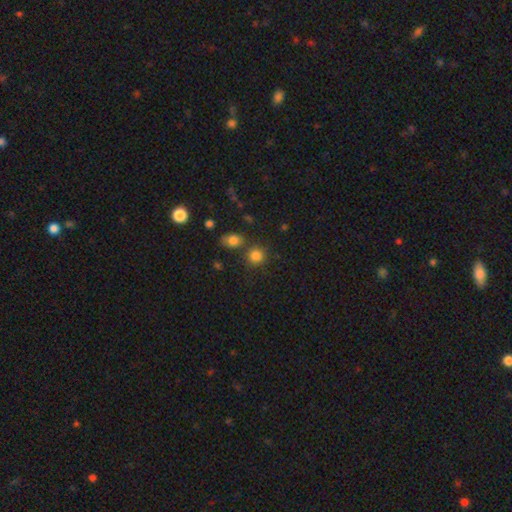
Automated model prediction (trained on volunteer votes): Smooth or featured? smooth (82%)
How rounded? round (87%)
Merging? none (72%)